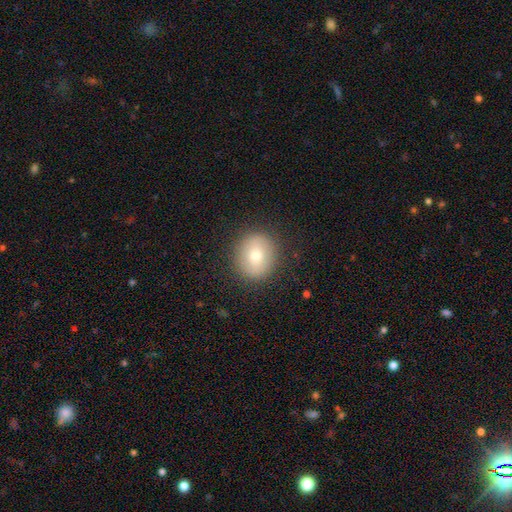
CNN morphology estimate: smooth 70%, featured or disk 20%, star or artifact 10%. Down the decision tree: how rounded — round (76%); merging — none (89%).